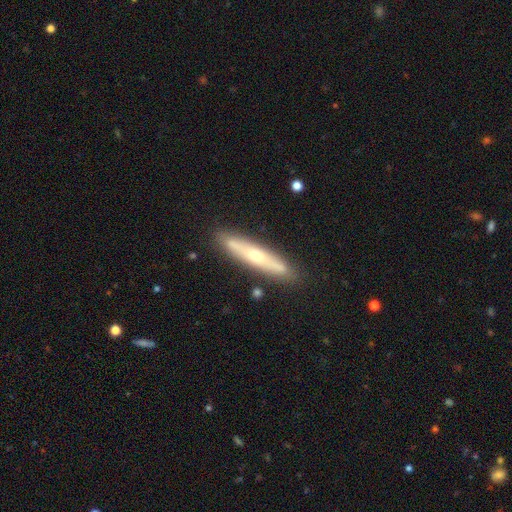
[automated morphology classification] Q: Smooth or featured?
A: featured or disk (54%); runner-up: smooth (40%)
Q: Edge-on disk?
A: yes (79%); runner-up: no (21%)
Q: Merging?
A: none (85%); runner-up: minor disturbance (10%)